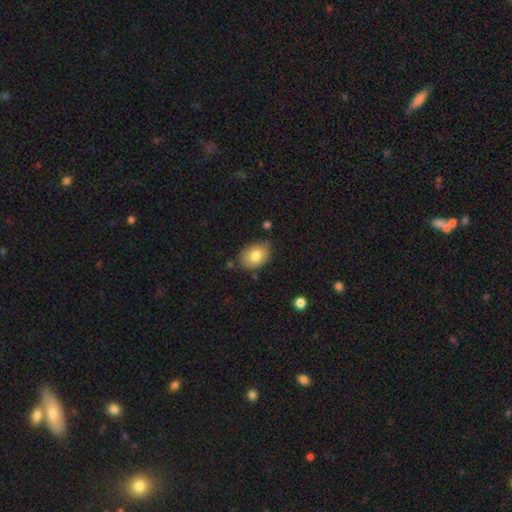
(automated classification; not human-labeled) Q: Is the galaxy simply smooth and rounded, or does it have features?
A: smooth — 80%.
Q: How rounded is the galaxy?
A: in between — 79%.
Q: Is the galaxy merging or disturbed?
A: none — 74%.